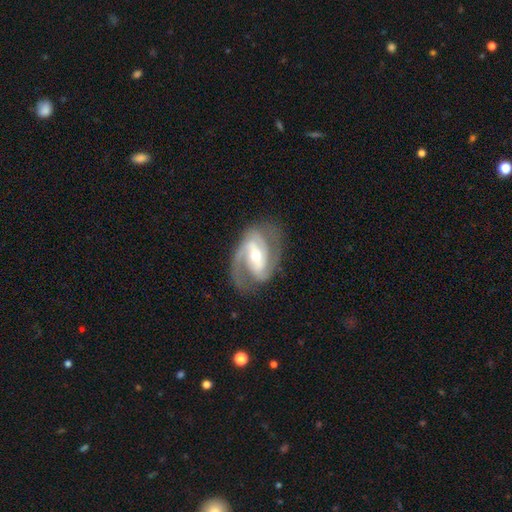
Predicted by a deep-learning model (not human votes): A featured or disk galaxy (88%) with a strong bar (44%), 2 (75%) medium (50%) spiral arms (96%) and a moderate central bulge (57%). Merging: none (70%).